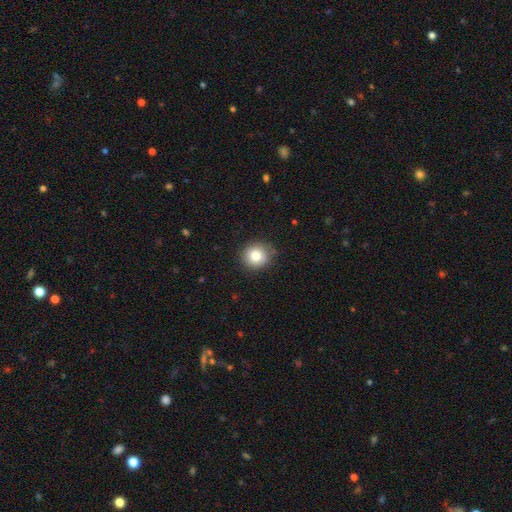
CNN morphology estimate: A smooth galaxy with no disk features (81%) that is round (90%). Merging: none (86%).